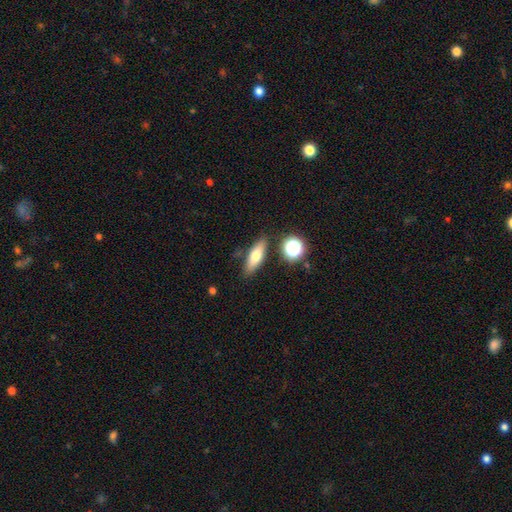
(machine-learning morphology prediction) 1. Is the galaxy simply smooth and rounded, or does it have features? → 66% smooth, 25% featured or disk, 9% star or artifact.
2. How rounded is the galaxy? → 52% in between, 42% cigar-shaped, 6% round.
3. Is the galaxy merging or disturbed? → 82% none, 11% minor disturbance, 5% merger, 3% major disturbance.